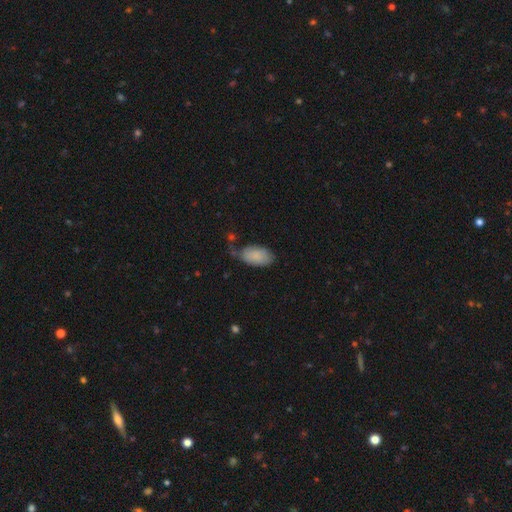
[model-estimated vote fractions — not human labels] Smooth or featured: smooth — 85% (featured or disk — 8%)
How rounded: in between — 95% (round — 4%)
Merging: none — 54% (minor disturbance — 31%)